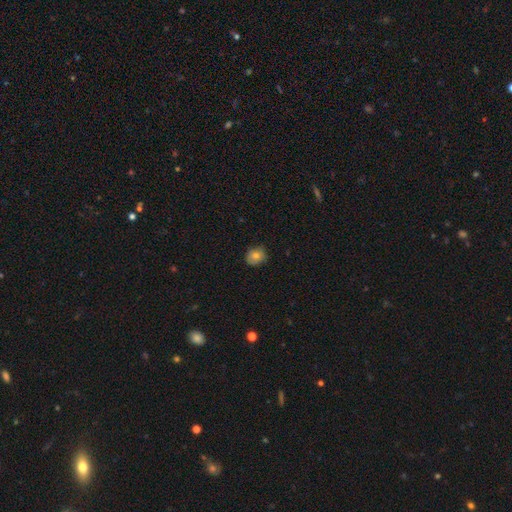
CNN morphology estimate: Smooth or featured? Predicted: smooth (p=0.76). How rounded? Predicted: round (p=0.76). Merging? Predicted: none (p=0.81).